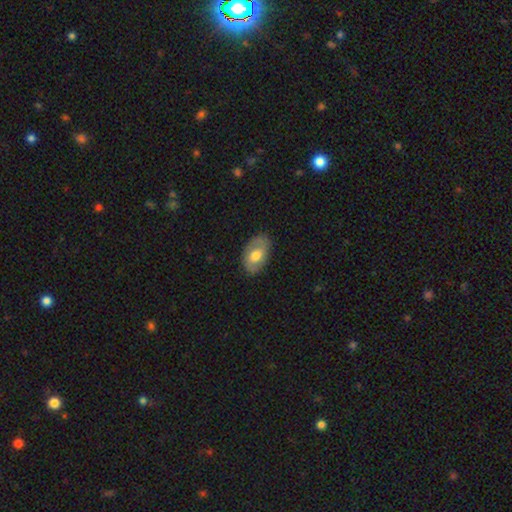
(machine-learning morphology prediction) A smooth galaxy with no disk features (50%). Merging: none (80%).